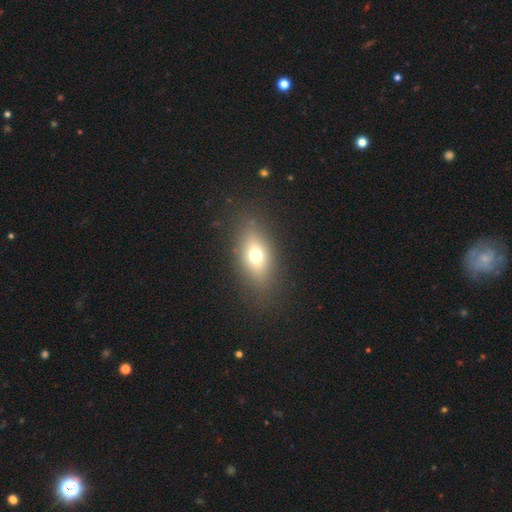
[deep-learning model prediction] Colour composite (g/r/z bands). It shows a smooth galaxy with no disk features (65%) that is in between round and cigar-shaped (77%). Merging: none (84%).